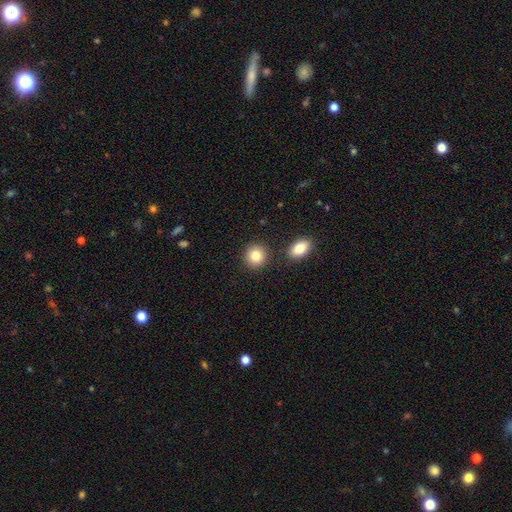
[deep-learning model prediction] This appears to be a smooth galaxy with no disk features (84%) that is round (87%). Merging: none (84%).